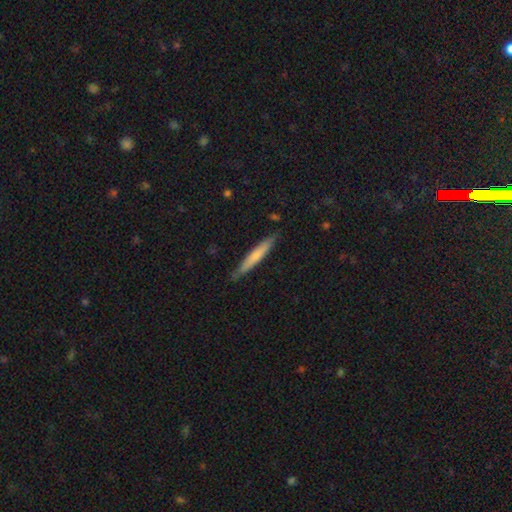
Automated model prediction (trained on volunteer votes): A smooth galaxy with no disk features (63%) that is cigar-shaped (95%).

Vote fractions:
- Smooth or featured? smooth: 63% / featured or disk: 31% / star or artifact: 5%
- How rounded? cigar-shaped: 95% / in between: 4% / round: 1%
- Merging? none: 84% / minor disturbance: 13% / major disturbance: 2% / merger: 1%